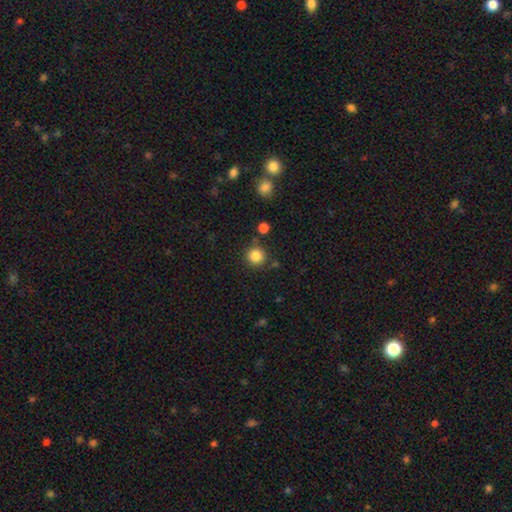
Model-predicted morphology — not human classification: smooth 85%, star or artifact 11%, featured or disk 4%. Down the decision tree: how rounded — round (93%); merging — none (84%).